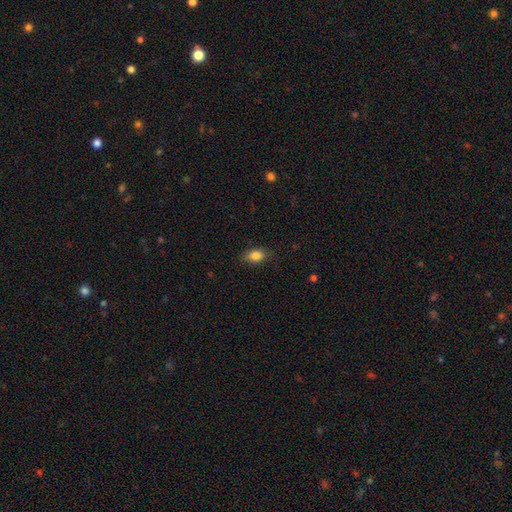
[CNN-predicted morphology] smooth-or-featured: smooth: 84% | star or artifact: 9% | featured or disk: 8%
  how-rounded: in between: 84% | round: 13% | cigar-shaped: 4%
  merging: none: 82% | minor disturbance: 14% | major disturbance: 3% | merger: 1%